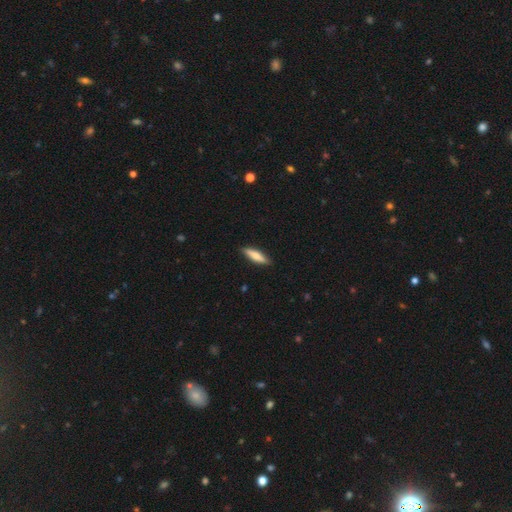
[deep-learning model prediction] smooth_or_featured: smooth (p=0.67) [alt: featured or disk p=0.28]
how_rounded: cigar-shaped (p=0.71) [alt: in between p=0.27]
merging: none (p=0.86) [alt: minor disturbance p=0.11]